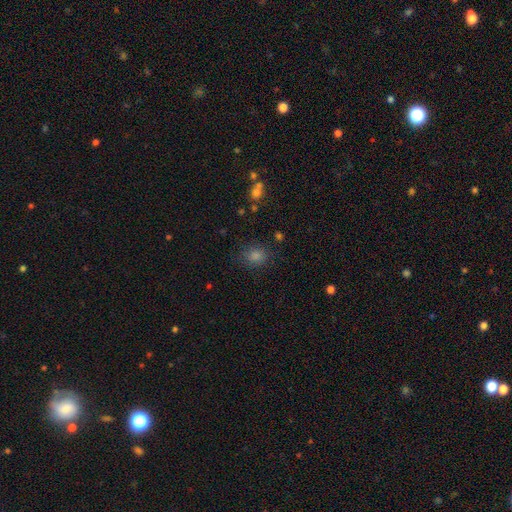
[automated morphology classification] smooth-or-featured: smooth: 70% | star or artifact: 23% | featured or disk: 6%
  how-rounded: round: 61% | in between: 38% | cigar-shaped: 1%
  merging: none: 83% | minor disturbance: 11% | major disturbance: 4% | merger: 2%